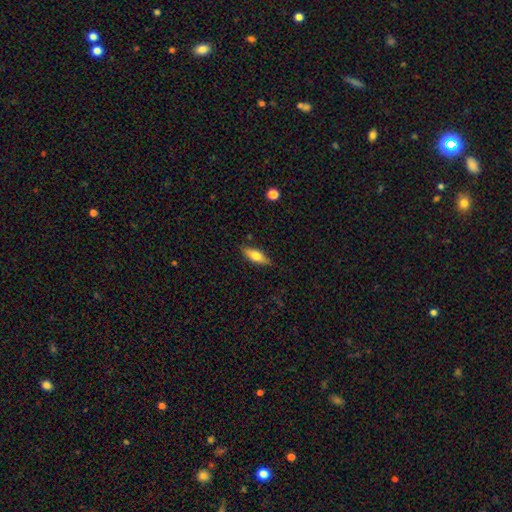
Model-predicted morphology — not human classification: Smooth or featured: smooth — 60% (featured or disk — 34%)
How rounded: in between — 59% (cigar-shaped — 38%)
Merging: none — 84% (minor disturbance — 12%)